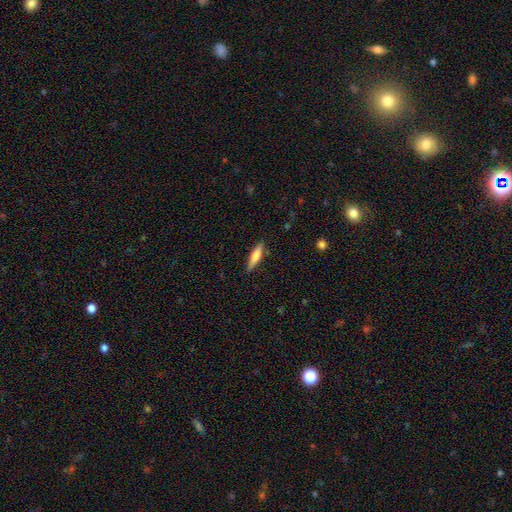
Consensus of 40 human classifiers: smooth-or-featured: smooth: 82% | featured or disk: 10% | star or artifact: 8%
  how-rounded: cigar-shaped: 85% | in between: 15% | round: 0%
  merging: none: 86% | minor disturbance: 8% | major disturbance: 5% | merger: 0%